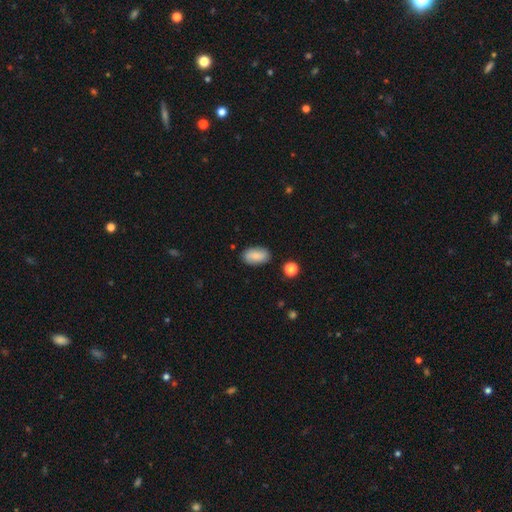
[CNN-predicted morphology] This is likely a smooth galaxy (80%). How rounded: clearly in between (92%). Merging: clearly none (85%).